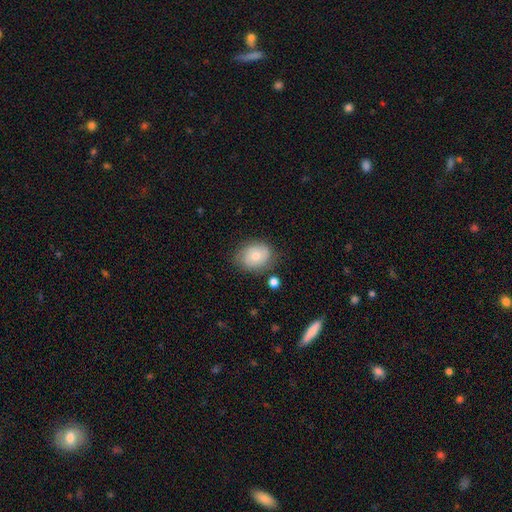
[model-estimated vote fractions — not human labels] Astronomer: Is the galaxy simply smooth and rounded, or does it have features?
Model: smooth — 64%.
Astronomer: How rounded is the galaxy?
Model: in between — 52% (runner-up: round, 47%).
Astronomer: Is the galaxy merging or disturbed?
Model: none — 73%.